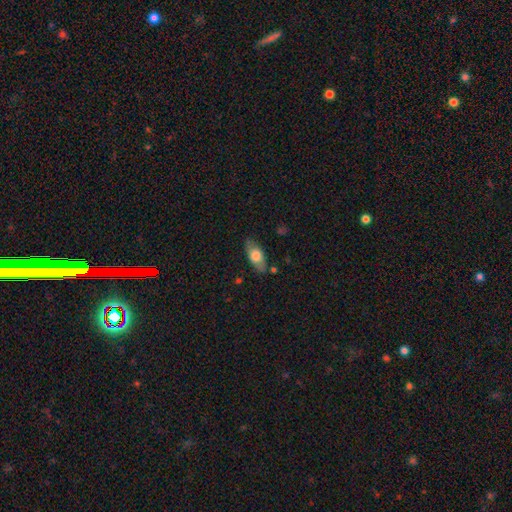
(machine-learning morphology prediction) smooth 66%, featured or disk 28%, star or artifact 6%. Down the decision tree: how rounded — in between (85%); merging — none (80%).